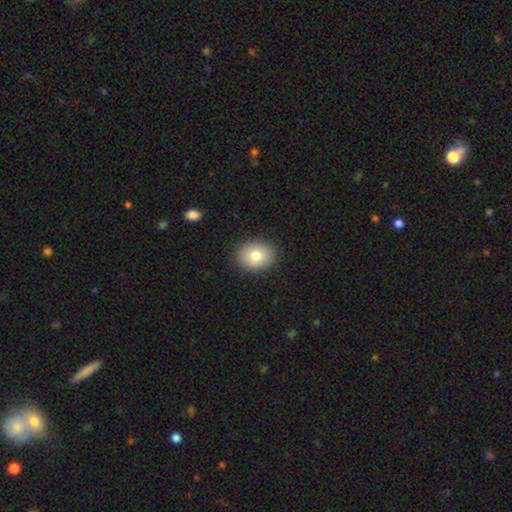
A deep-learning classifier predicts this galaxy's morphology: The model was most divided on "how rounded": in between: 55%, round: 44%, cigar-shaped: 1%. More confident: merging — none (88%); smooth or featured — smooth (78%).